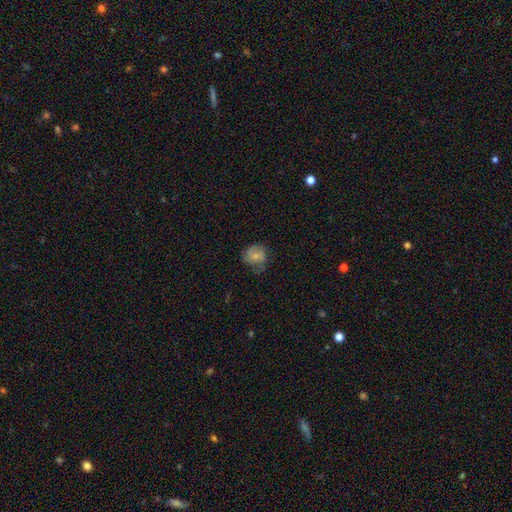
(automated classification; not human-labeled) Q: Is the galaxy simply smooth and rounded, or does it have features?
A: smooth — 53%.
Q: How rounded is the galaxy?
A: round — 69%.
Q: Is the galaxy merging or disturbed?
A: none — 55%.